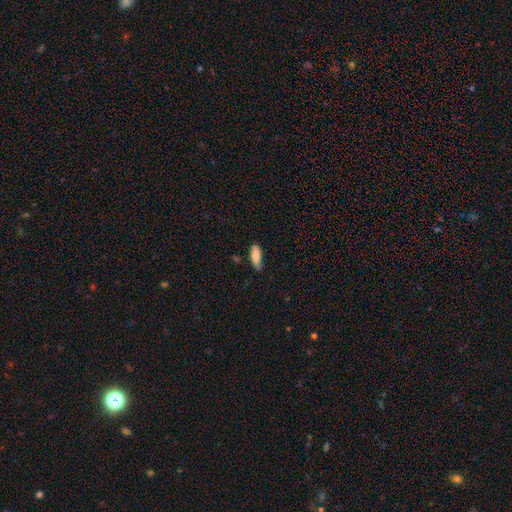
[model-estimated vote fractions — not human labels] smooth-or-featured: smooth: 81% | featured or disk: 13% | star or artifact: 7%
  how-rounded: in between: 70% | cigar-shaped: 28% | round: 2%
  merging: none: 66% | minor disturbance: 27% | major disturbance: 5% | merger: 2%